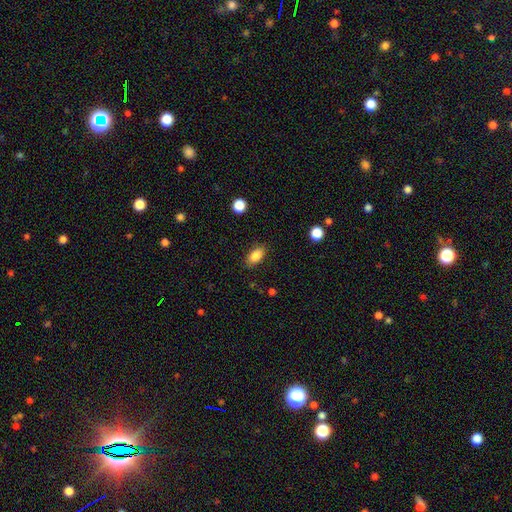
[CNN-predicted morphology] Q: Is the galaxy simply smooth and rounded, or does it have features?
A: smooth — 86%.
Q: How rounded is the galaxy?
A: in between — 89%.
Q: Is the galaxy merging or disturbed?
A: none — 85%.